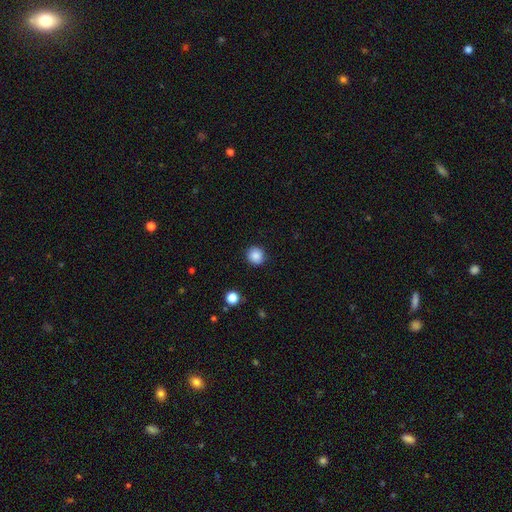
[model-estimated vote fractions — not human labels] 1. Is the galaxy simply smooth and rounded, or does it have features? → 87% smooth, 10% star or artifact, 3% featured or disk.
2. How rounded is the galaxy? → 93% round, 6% in between, 1% cigar-shaped.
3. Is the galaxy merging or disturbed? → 90% none, 6% minor disturbance, 2% major disturbance, 1% merger.